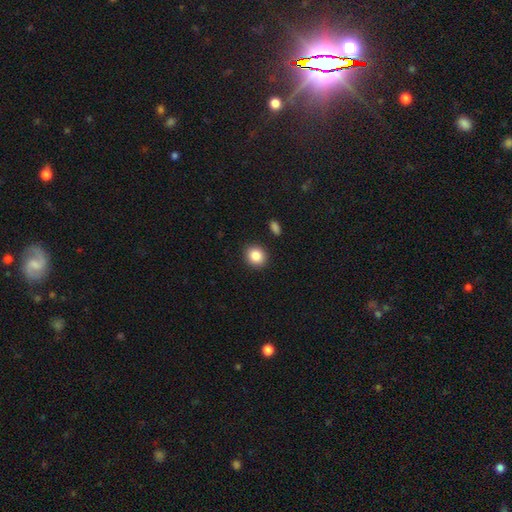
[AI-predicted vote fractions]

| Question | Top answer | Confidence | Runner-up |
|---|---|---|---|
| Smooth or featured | smooth | 86% | star or artifact (9%) |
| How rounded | round | 77% | in between (22%) |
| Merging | none | 89% | minor disturbance (7%) |